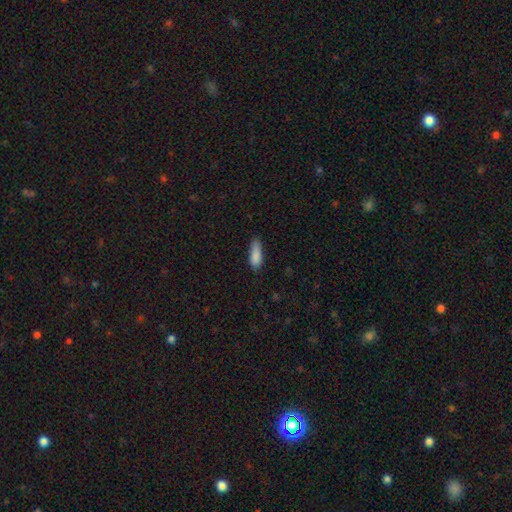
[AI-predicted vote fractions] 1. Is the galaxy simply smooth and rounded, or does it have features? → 87% smooth, 7% star or artifact, 6% featured or disk.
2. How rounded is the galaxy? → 61% in between, 37% cigar-shaped, 2% round.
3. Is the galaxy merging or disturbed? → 69% none, 25% minor disturbance, 4% major disturbance, 2% merger.